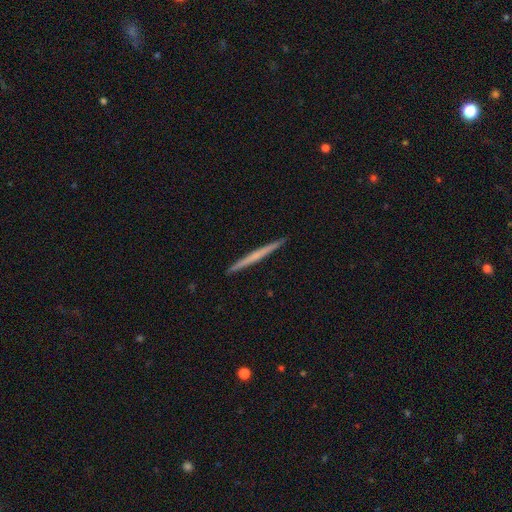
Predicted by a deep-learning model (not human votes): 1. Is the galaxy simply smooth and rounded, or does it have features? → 53% featured or disk, 42% smooth, 6% star or artifact.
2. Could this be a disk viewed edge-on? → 98% yes, 2% no.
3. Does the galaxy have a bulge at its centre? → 84% none, 12% rounded, 4% boxy.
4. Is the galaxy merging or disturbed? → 93% none, 5% minor disturbance, 1% major disturbance, 1% merger.